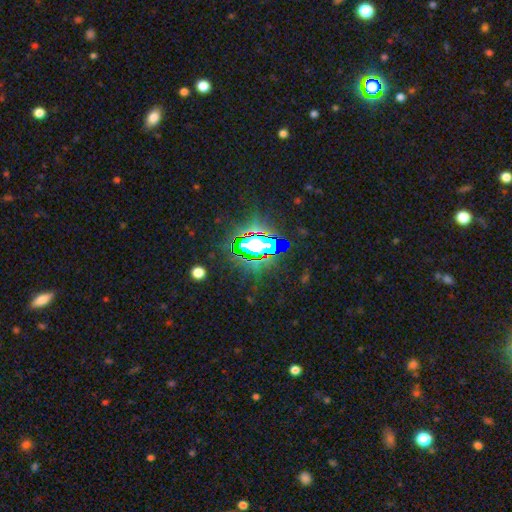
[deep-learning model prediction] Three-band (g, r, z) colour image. It shows a star or artifact, not a galaxy (82%).